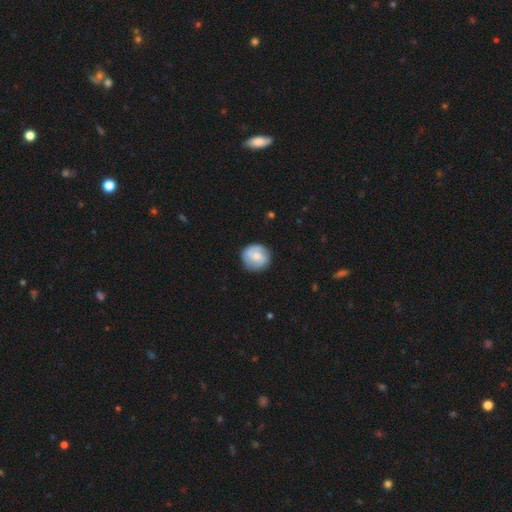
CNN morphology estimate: smooth 59%, featured or disk 35%, star or artifact 7%. Down the decision tree: how rounded — round (91%); merging — none (83%).